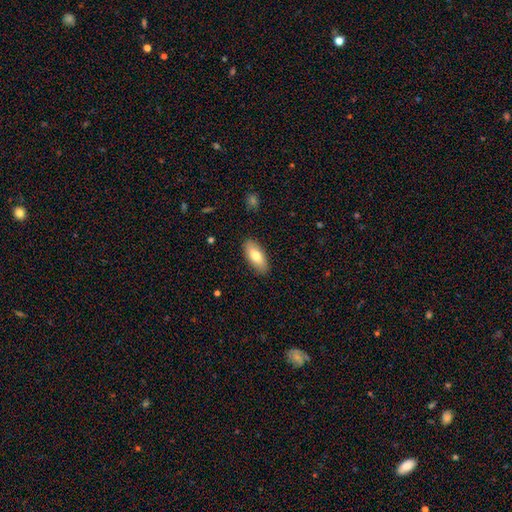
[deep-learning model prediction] The model was most divided on "smooth or featured": smooth: 76%, featured or disk: 18%, star or artifact: 6%. More confident: merging — none (88%); how rounded — in between (85%).